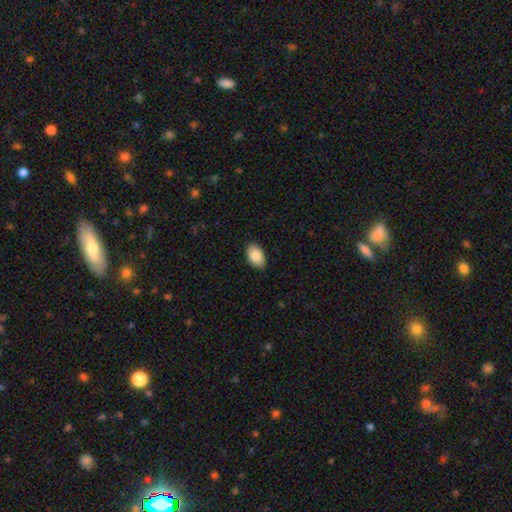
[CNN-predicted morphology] smooth_or_featured: smooth (p=0.88) [alt: star or artifact p=0.07]
how_rounded: in between (p=0.92) [alt: round p=0.07]
merging: none (p=0.86) [alt: minor disturbance p=0.11]